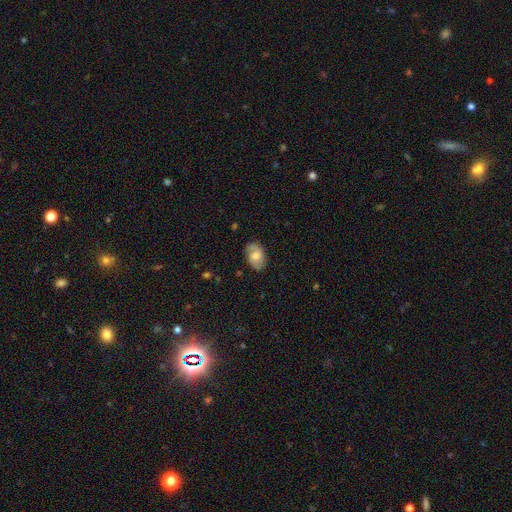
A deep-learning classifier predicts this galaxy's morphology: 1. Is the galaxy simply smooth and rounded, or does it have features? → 48% smooth, 45% featured or disk, 8% star or artifact.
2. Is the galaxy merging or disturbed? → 79% none, 16% minor disturbance, 4% major disturbance, 1% merger.